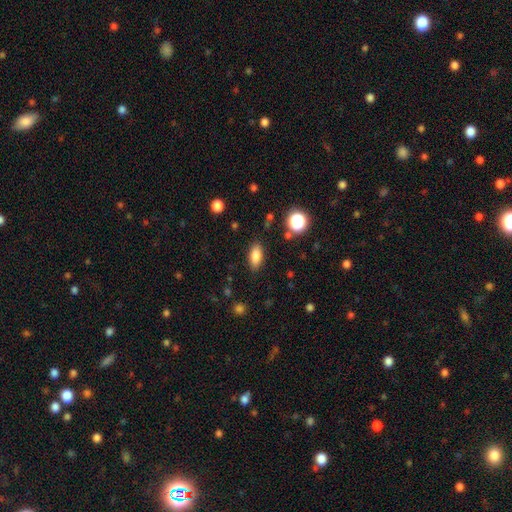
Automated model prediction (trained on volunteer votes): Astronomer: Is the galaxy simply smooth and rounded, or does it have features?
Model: smooth — 83%.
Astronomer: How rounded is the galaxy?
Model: in between — 85%.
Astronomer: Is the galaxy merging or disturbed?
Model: none — 86%.